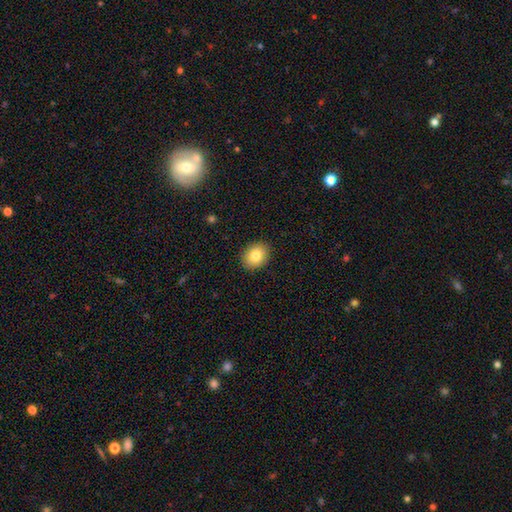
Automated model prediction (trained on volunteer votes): A smooth galaxy with no disk features (81%) that is in between round and cigar-shaped (55%).

Vote fractions:
- Smooth or featured? smooth: 81% / featured or disk: 10% / star or artifact: 9%
- How rounded? in between: 55% / round: 44% / cigar-shaped: 1%
- Merging? none: 90% / minor disturbance: 7% / major disturbance: 2% / merger: 1%